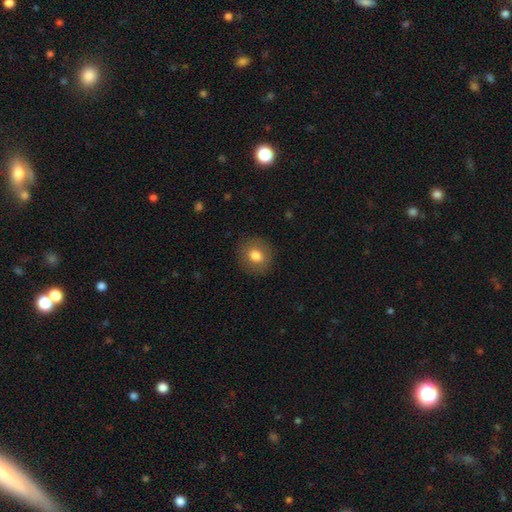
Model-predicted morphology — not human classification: Smooth or featured? Predicted: smooth (p=0.78). How rounded? Predicted: round (p=0.76). Merging? Predicted: none (p=0.88).